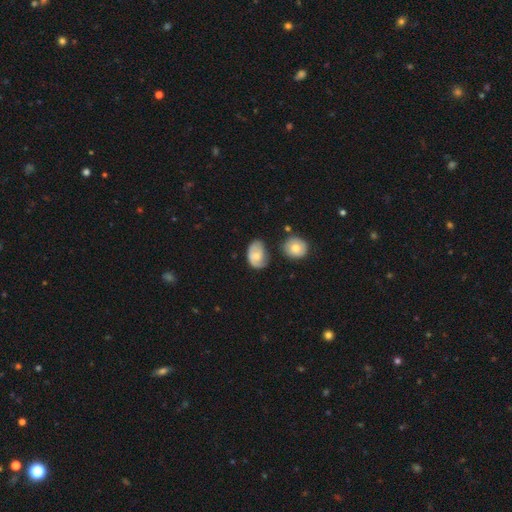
Volunteers were most divided on "merging": none: 39%, minor disturbance: 34%, major disturbance: 18%, merger: 8%. More confident: edge-on disk — no (91%); spiral arms — yes (90%); bar — no (80%); spiral arm count — 1 (78%); bulge size — moderate (60%); smooth or featured — featured or disk (56%); spiral winding — tight (56%).